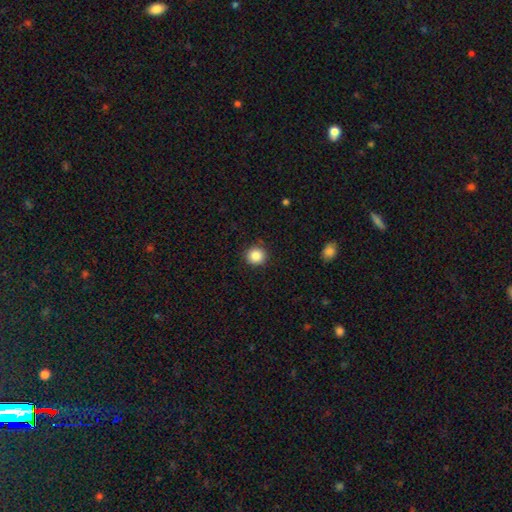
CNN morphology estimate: type=smooth (86%); roundness=round (91%); merging=none (91%).